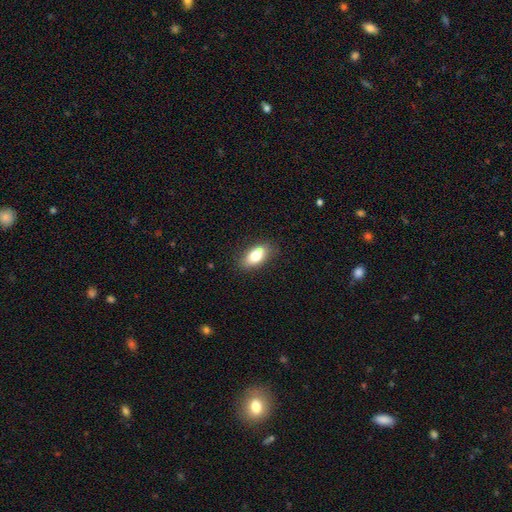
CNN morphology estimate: This is likely a smooth galaxy (75%). How rounded: clearly in between (87%). Merging: clearly none (83%).